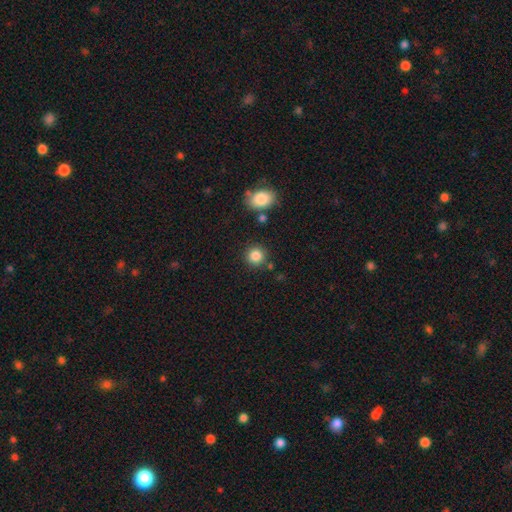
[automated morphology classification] Smooth or featured? Predicted: smooth (p=0.85). How rounded? Predicted: round (p=0.91). Merging? Predicted: none (p=0.85).